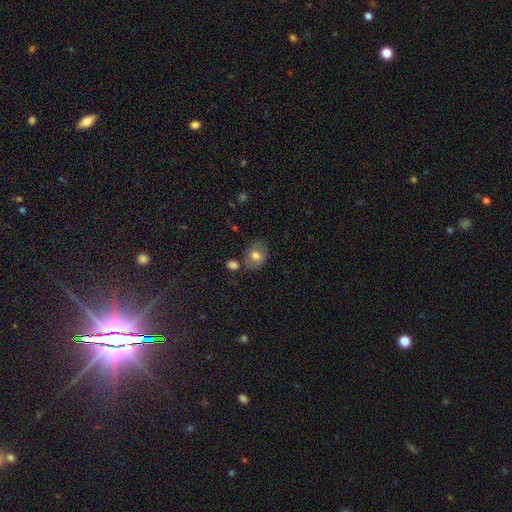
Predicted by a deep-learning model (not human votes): Smooth or featured? Predicted: smooth (p=0.75). How rounded? Predicted: in between (p=0.56). Merging? Predicted: none (p=0.69).